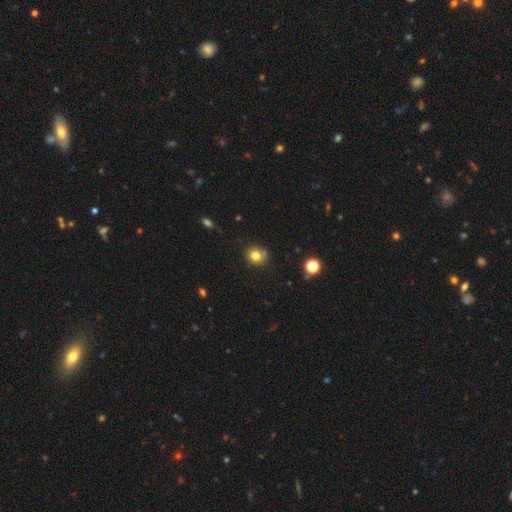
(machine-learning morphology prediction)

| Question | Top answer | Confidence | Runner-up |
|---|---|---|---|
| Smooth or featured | smooth | 78% | star or artifact (13%) |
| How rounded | round | 81% | in between (18%) |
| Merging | none | 73% | minor disturbance (16%) |